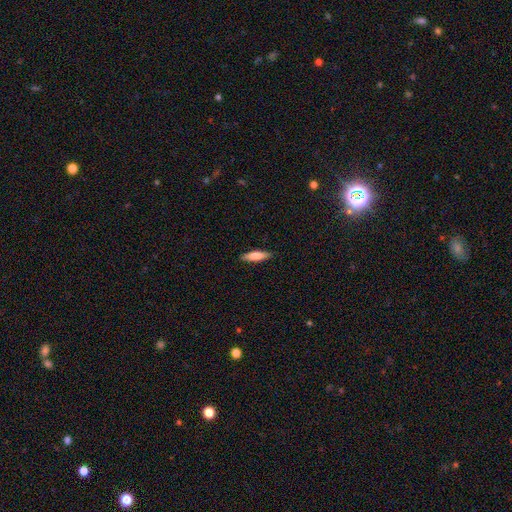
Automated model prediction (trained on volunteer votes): Overall: smooth (76%). How rounded: cigar-shaped (67%; in between 31%). Merging: none (88%).